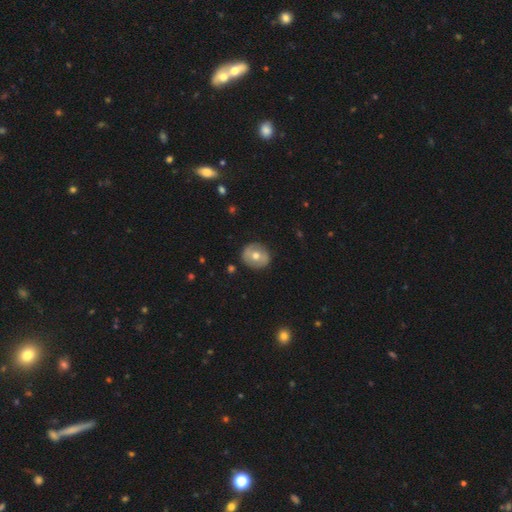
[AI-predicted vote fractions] Smooth or featured: smooth — 51% (featured or disk — 42%)
How rounded: round — 83% (in between — 16%)
Merging: none — 87% (minor disturbance — 10%)